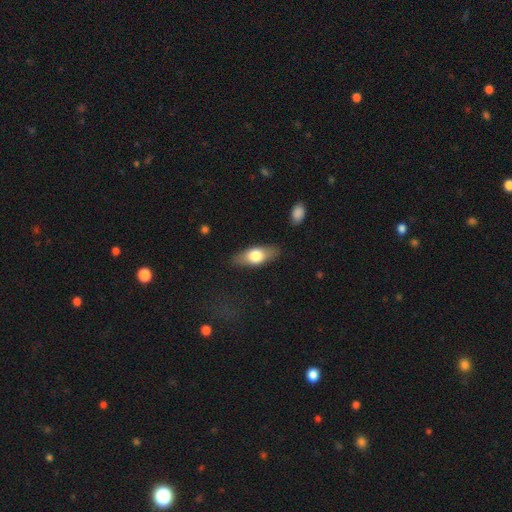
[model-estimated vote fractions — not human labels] Morphology: type=smooth (63%); roundness=in between (76%); merging=none (83%).